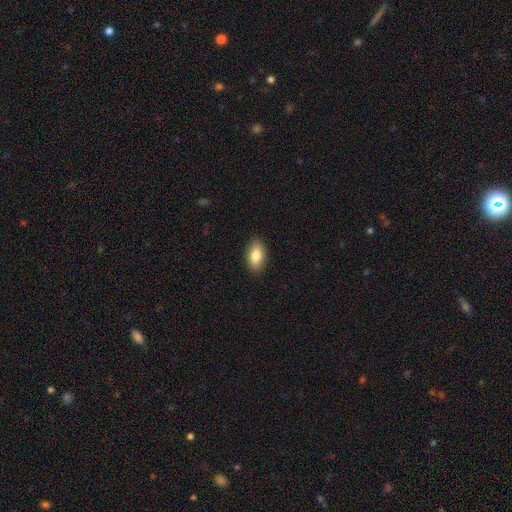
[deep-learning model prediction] Smooth or featured: smooth — 84% (featured or disk — 9%)
How rounded: in between — 92% (round — 5%)
Merging: none — 88% (minor disturbance — 9%)